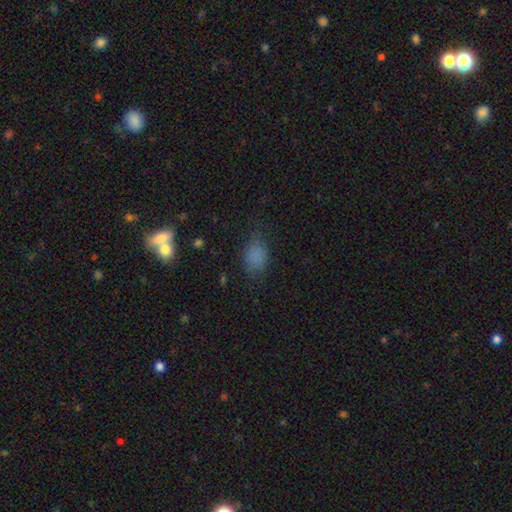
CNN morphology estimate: A smooth galaxy with no disk features (78%) that is in between round and cigar-shaped (78%).

Vote fractions:
- Smooth or featured? smooth: 78% / star or artifact: 14% / featured or disk: 7%
- How rounded? in between: 78% / round: 20% / cigar-shaped: 2%
- Merging? none: 62% / minor disturbance: 25% / major disturbance: 10% / merger: 3%